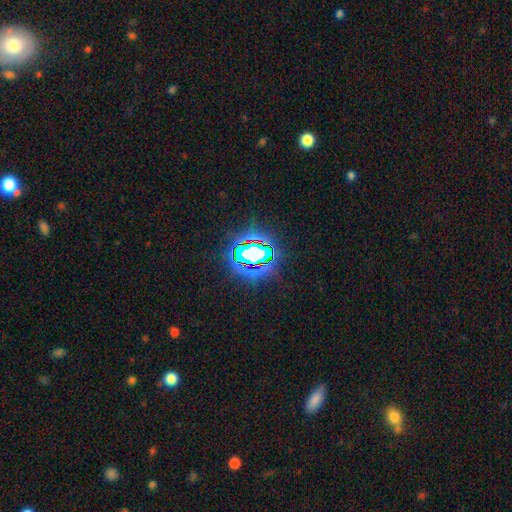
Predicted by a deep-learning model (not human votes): Morphology: type=star or artifact (70%).